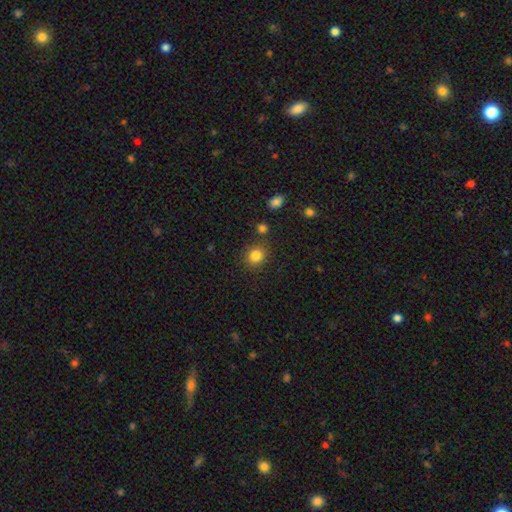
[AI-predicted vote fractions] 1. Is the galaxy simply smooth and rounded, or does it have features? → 84% smooth, 11% star or artifact, 5% featured or disk.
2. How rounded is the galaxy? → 83% round, 16% in between, 1% cigar-shaped.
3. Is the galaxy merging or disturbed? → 83% none, 9% minor disturbance, 5% merger, 3% major disturbance.